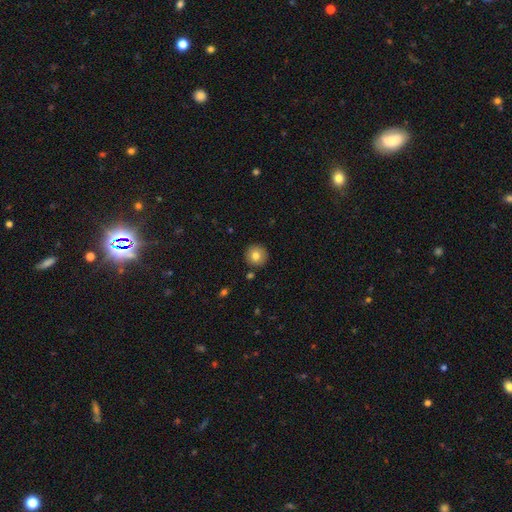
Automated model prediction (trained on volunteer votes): Q: Smooth or featured?
A: smooth (79%); runner-up: featured or disk (11%)
Q: How rounded?
A: round (95%); runner-up: in between (4%)
Q: Merging?
A: none (90%); runner-up: minor disturbance (6%)